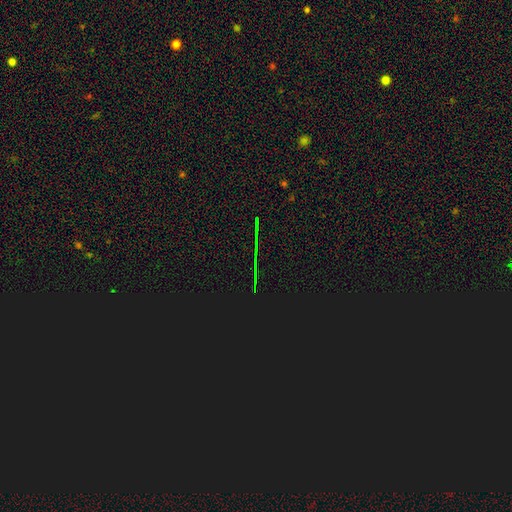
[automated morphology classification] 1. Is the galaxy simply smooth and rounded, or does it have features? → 83% star or artifact, 9% featured or disk, 8% smooth.